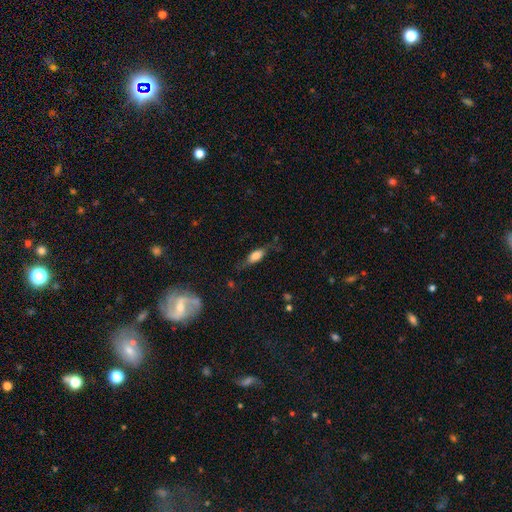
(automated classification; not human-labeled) This is likely a smooth galaxy (63%). How rounded: likely in between (69%). Merging: likely none (63%).